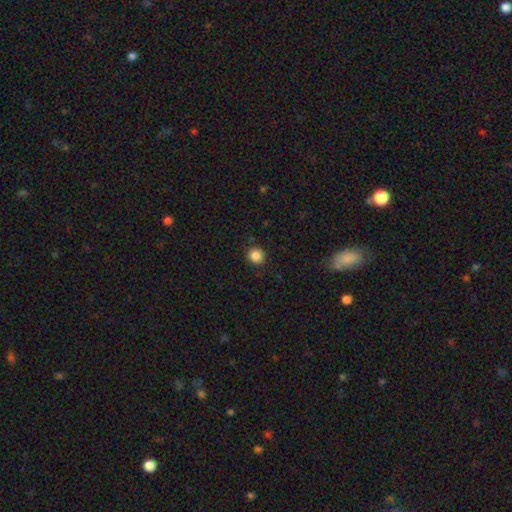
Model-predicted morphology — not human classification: Q: Smooth or featured?
A: smooth (86%); runner-up: star or artifact (11%)
Q: How rounded?
A: round (92%); runner-up: in between (7%)
Q: Merging?
A: none (91%); runner-up: minor disturbance (6%)